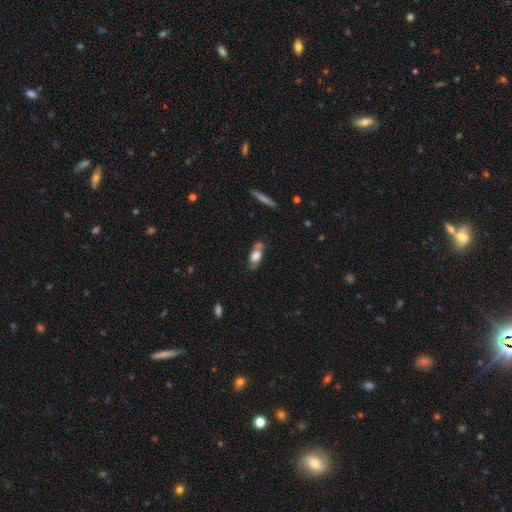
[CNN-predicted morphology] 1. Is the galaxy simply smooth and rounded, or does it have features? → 61% smooth, 31% featured or disk, 8% star or artifact.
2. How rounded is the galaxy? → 76% in between, 18% cigar-shaped, 6% round.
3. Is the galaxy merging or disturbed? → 58% none, 22% minor disturbance, 14% merger, 6% major disturbance.